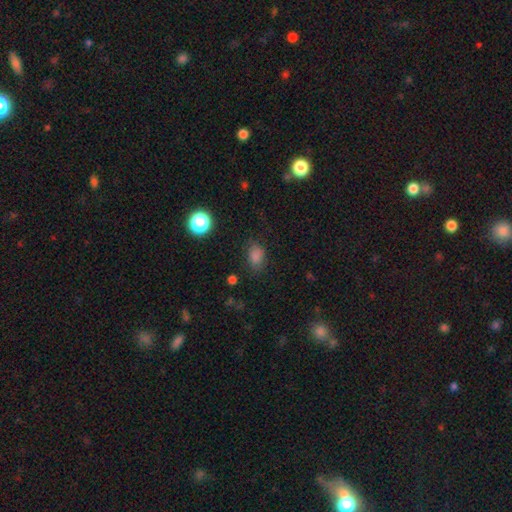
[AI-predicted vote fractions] This is likely a smooth galaxy (79%). How rounded: likely in between (74%). Merging: likely none (76%).